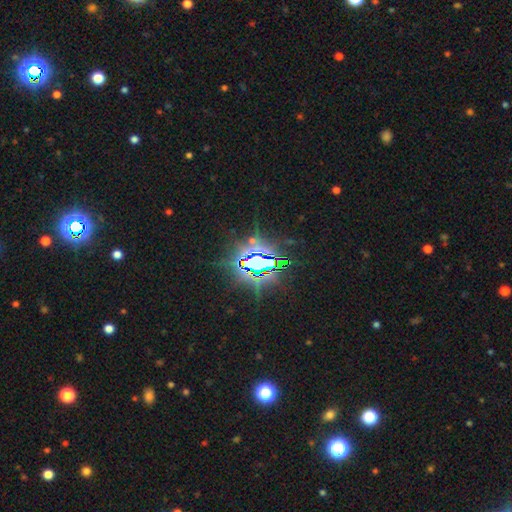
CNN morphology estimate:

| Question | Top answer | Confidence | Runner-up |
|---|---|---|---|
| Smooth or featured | star or artifact | 83% | featured or disk (9%) |